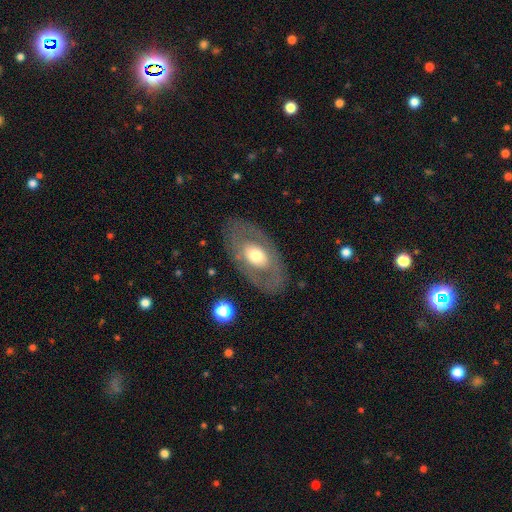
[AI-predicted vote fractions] A featured or disk galaxy (52%).

Vote fractions:
- Smooth or featured? featured or disk: 52% / smooth: 42% / star or artifact: 6%
- Edge-on disk? no: 88% / yes: 12%
- Merging? none: 79% / minor disturbance: 11% / major disturbance: 8% / merger: 1%